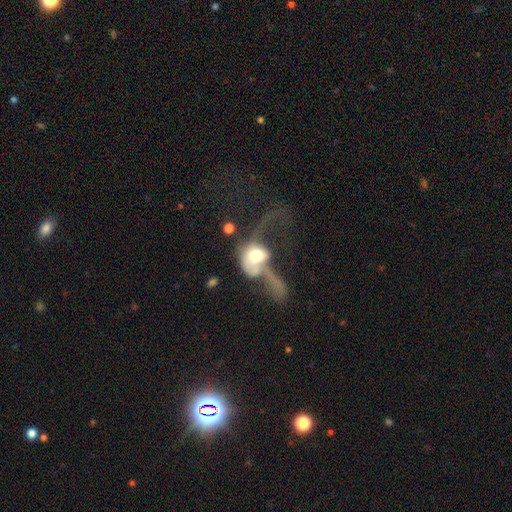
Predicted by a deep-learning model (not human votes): smooth-or-featured: smooth: 49% | featured or disk: 43% | star or artifact: 8%
  merging: major disturbance: 54% | merger: 30% | none: 9% | minor disturbance: 7%